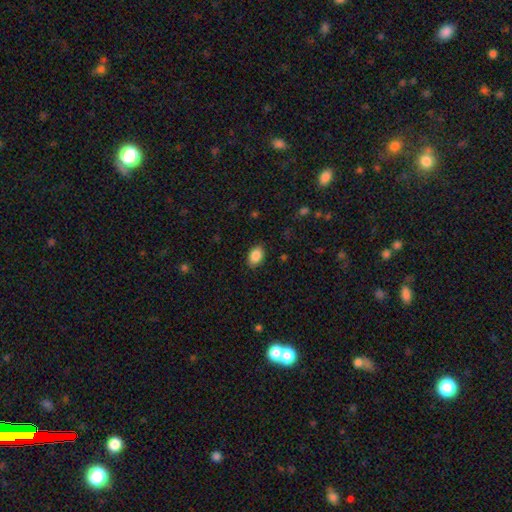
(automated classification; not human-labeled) Smooth or featured? Predicted: smooth (p=0.88). How rounded? Predicted: in between (p=0.87). Merging? Predicted: none (p=0.87).